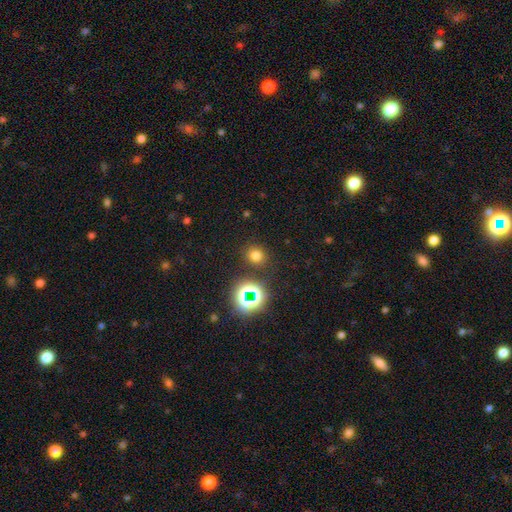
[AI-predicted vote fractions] Smooth or featured: smooth — 69% (star or artifact — 24%)
How rounded: round — 86% (in between — 13%)
Merging: none — 87% (minor disturbance — 7%)